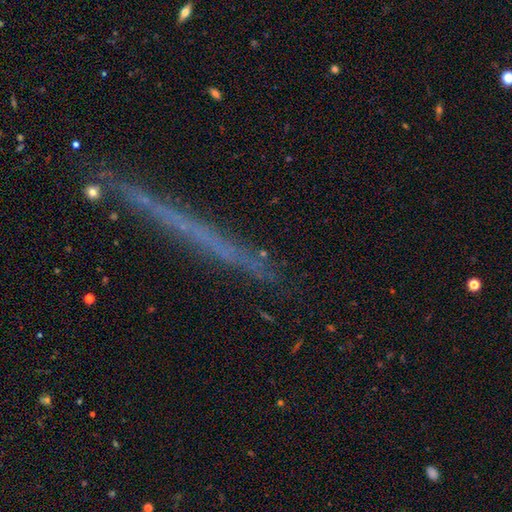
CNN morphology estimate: A star or artifact, not a galaxy (37%, tied with featured or disk).

Vote fractions:
- Smooth or featured? star or artifact: 37% (tied) / featured or disk: 37% (tied) / smooth: 26%